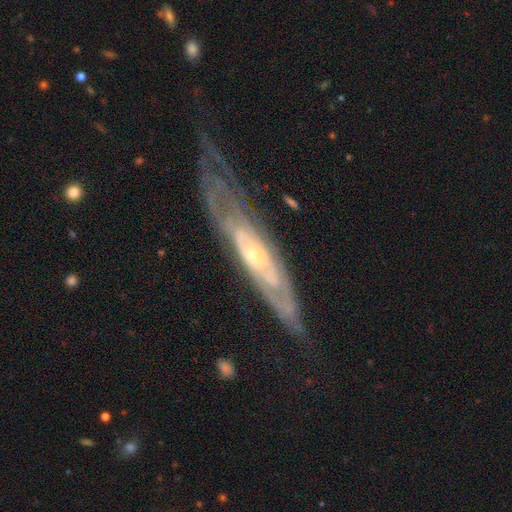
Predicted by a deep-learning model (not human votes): This appears to be a featured or disk galaxy (82%) with no bar (68%), spiral arms (82%) and a small central bulge (45%, tied with moderate). Merging: none (56%).